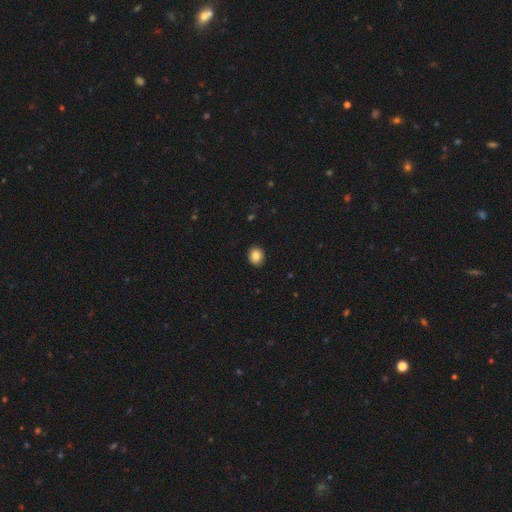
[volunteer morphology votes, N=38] smooth 89%, featured or disk 8%, star or artifact 3%. Down the decision tree: how rounded — round (53%); merging — none (97%).